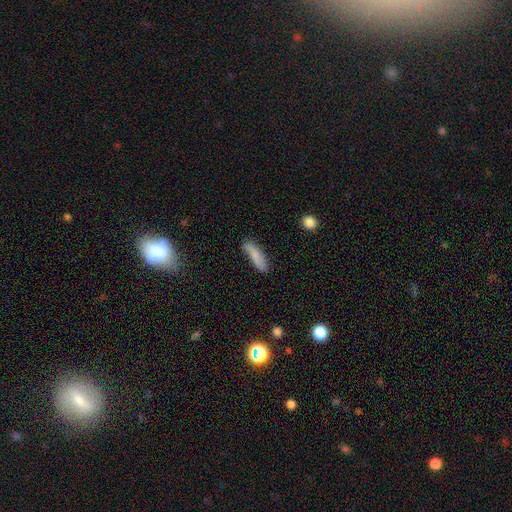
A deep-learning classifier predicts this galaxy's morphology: Smooth or featured: smooth — 76% (featured or disk — 18%)
How rounded: cigar-shaped — 61% (in between — 37%)
Merging: none — 69% (minor disturbance — 23%)